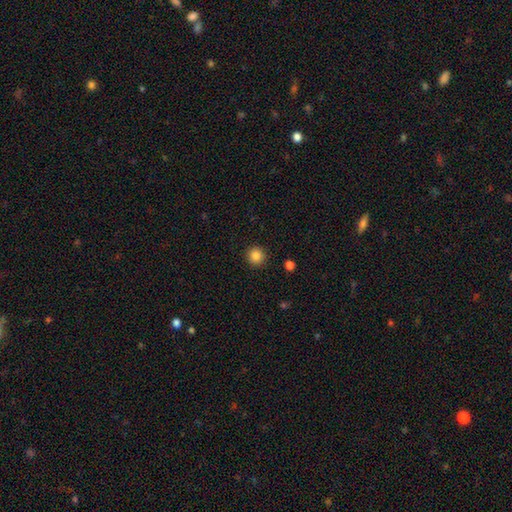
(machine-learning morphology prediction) Smooth or featured? smooth (86%)
How rounded? round (95%)
Merging? none (92%)